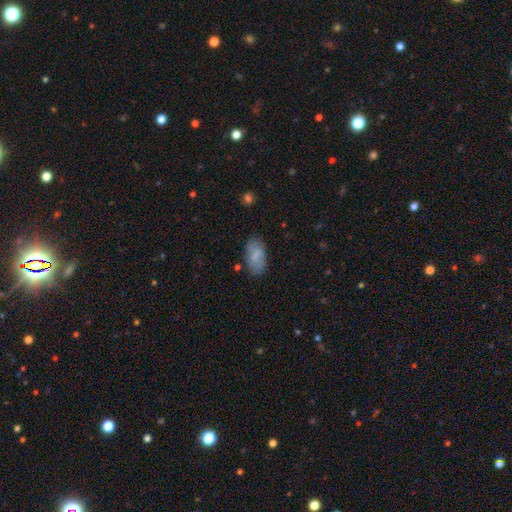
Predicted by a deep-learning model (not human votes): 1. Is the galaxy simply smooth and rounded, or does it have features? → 80% smooth, 13% featured or disk, 7% star or artifact.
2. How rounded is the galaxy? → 94% in between, 3% round, 3% cigar-shaped.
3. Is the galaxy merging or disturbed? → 76% none, 17% minor disturbance, 5% major disturbance, 3% merger.